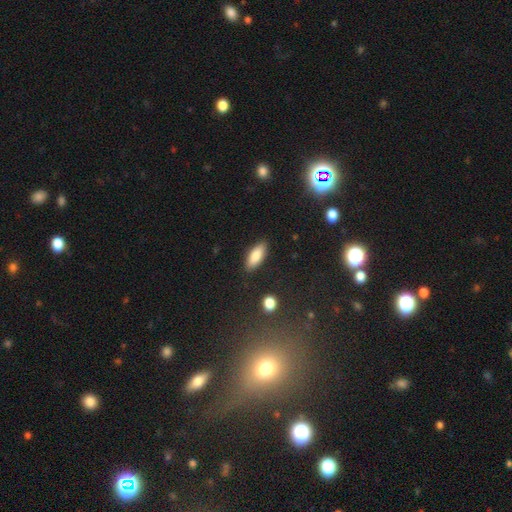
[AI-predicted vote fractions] This is clearly a smooth galaxy (84%). How rounded: likely in between (75%). Merging: clearly none (86%).